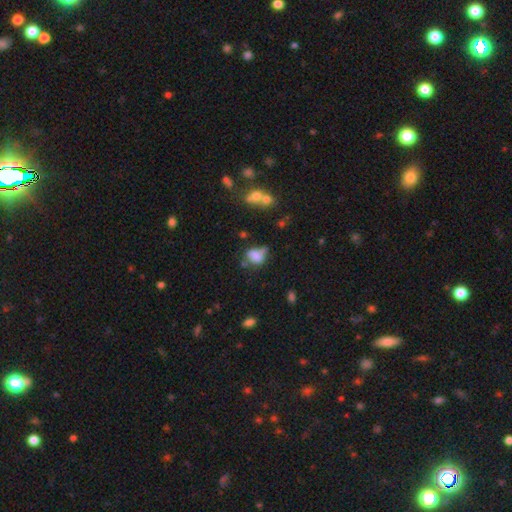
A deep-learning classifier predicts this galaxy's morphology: Smooth or featured: smooth — 68% (featured or disk — 20%)
How rounded: in between — 66% (round — 32%)
Merging: none — 31% (minor disturbance — 29%)